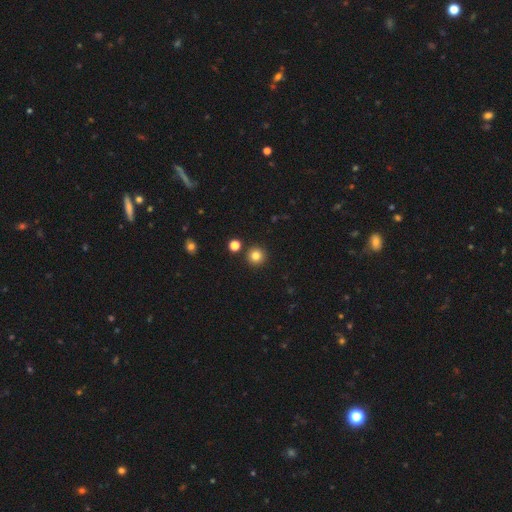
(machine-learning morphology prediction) Overall: smooth (81%). How rounded: round (95%). Merging: none (90%).